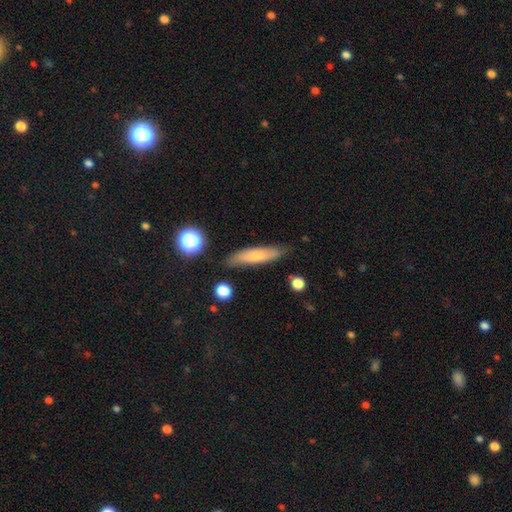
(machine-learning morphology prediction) Q: Smooth or featured?
A: smooth (67%); runner-up: featured or disk (26%)
Q: How rounded?
A: cigar-shaped (74%); runner-up: in between (24%)
Q: Merging?
A: none (81%); runner-up: minor disturbance (14%)